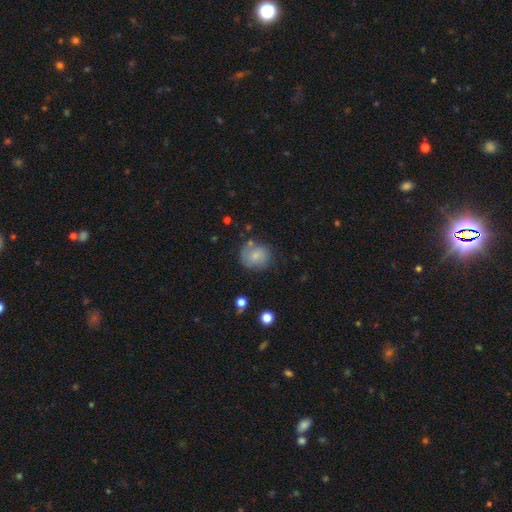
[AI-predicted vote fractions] smooth_or_featured: smooth (p=0.73) [alt: featured or disk p=0.18]
how_rounded: round (p=0.80) [alt: in between p=0.19]
merging: none (p=0.65) [alt: minor disturbance p=0.22]